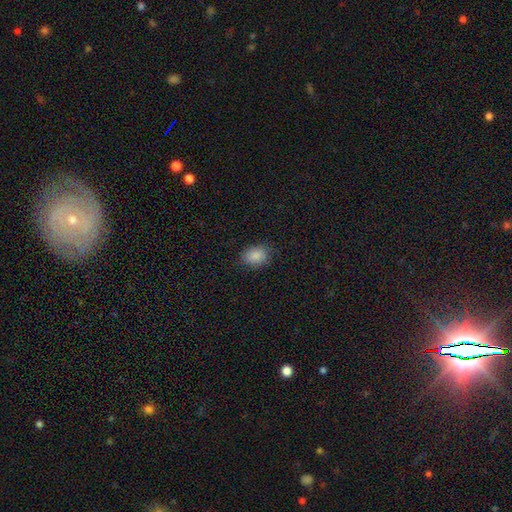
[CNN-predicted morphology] The model was most divided on "how rounded": in between: 70%, round: 29%, cigar-shaped: 1%. More confident: smooth or featured — smooth (88%); merging — none (81%).